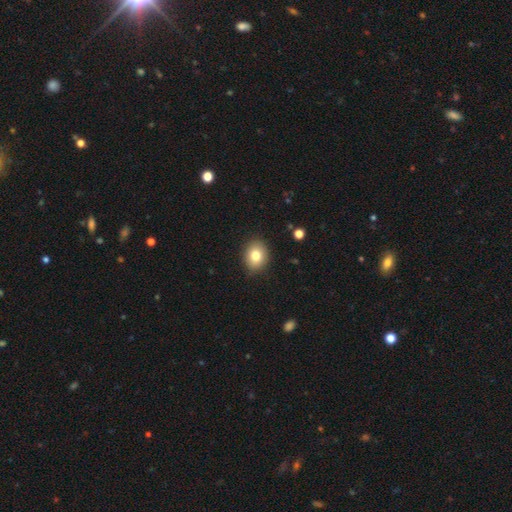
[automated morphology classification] The model was most divided on "how rounded": round: 52%, in between: 47%, cigar-shaped: 1%. More confident: merging — none (87%); smooth or featured — smooth (80%).